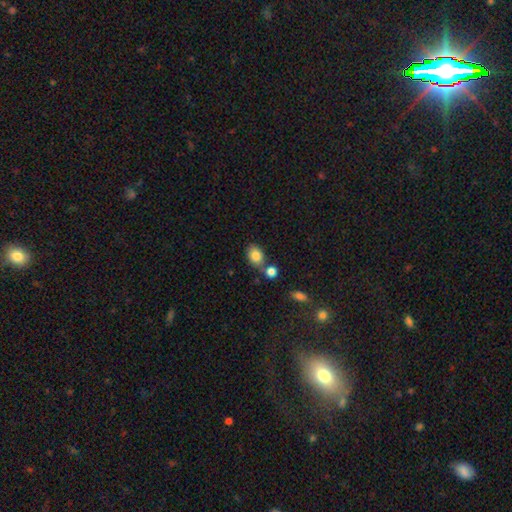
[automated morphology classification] smooth-or-featured: smooth: 84% | star or artifact: 8% | featured or disk: 8%
  how-rounded: in between: 71% | round: 28% | cigar-shaped: 1%
  merging: none: 57% | merger: 25% | minor disturbance: 14% | major disturbance: 4%